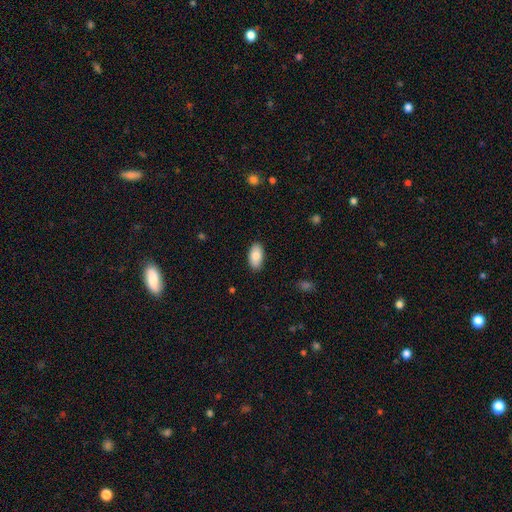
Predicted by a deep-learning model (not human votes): This is clearly a smooth galaxy (85%). How rounded: clearly in between (95%). Merging: clearly none (88%).